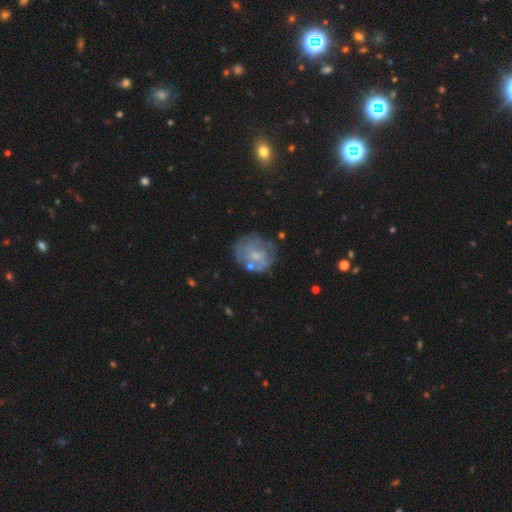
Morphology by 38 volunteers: Volunteers were most divided on "merging": none: 44%, minor disturbance: 28%, major disturbance: 17%, merger: 11%. More confident: edge-on disk — no (100%); bar — no (74%); spiral arms — no (65%); bulge size — small (61%); smooth or featured — featured or disk (61%).